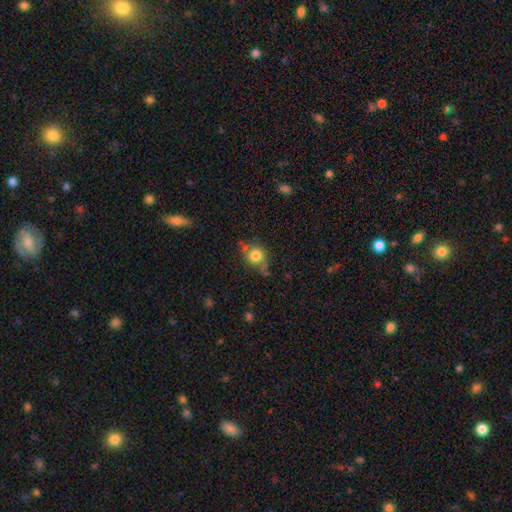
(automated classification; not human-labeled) Overall: smooth (73%). How rounded: round (68%; in between 30%). Merging: none (62%; minor disturbance 24%).